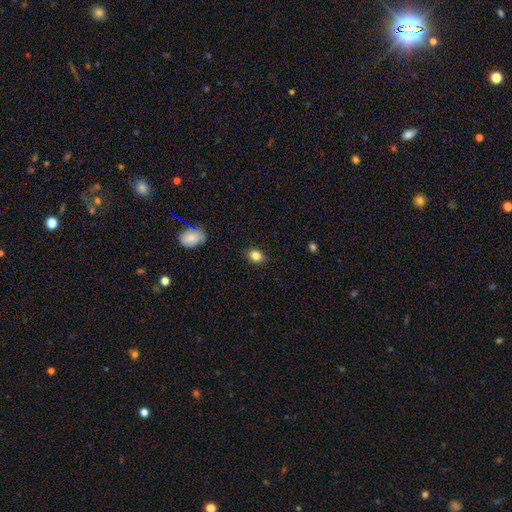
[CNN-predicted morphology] A smooth galaxy with no disk features (84%) that is in between round and cigar-shaped (55%). Merging: none (87%).